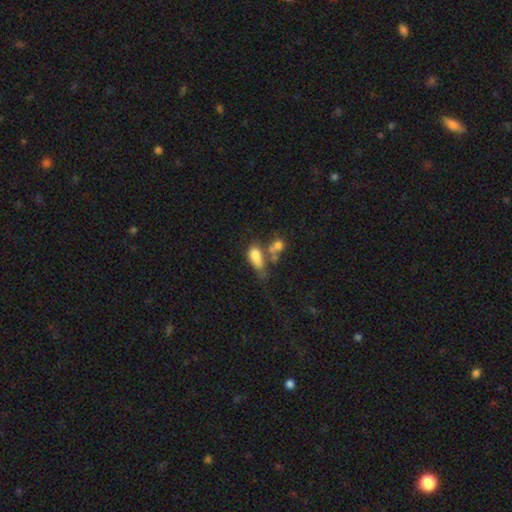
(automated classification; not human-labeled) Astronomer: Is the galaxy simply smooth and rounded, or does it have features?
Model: smooth — 73%.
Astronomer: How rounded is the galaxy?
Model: in between — 83%.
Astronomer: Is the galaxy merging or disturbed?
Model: merger — 40% (runner-up: none, 23%).